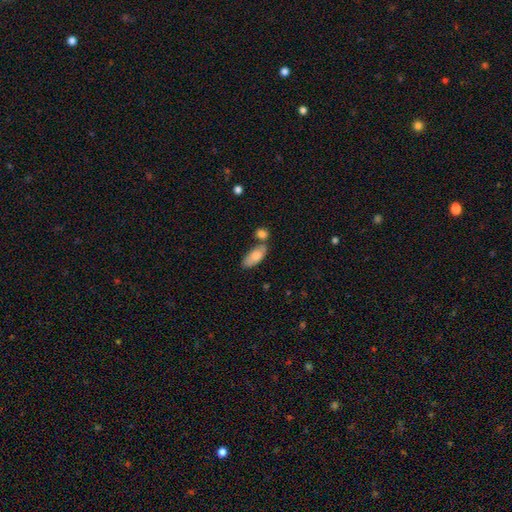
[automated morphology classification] Smooth or featured: smooth — 75% (featured or disk — 19%)
How rounded: in between — 85% (cigar-shaped — 12%)
Merging: none — 53% (merger — 28%)